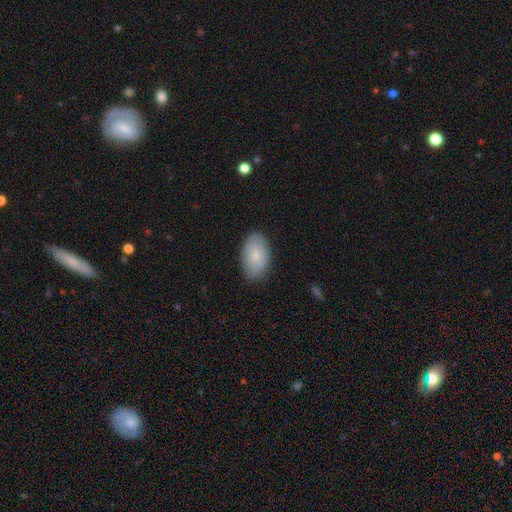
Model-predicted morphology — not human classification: Overall: smooth (80%). How rounded: in between (94%). Merging: none (85%).